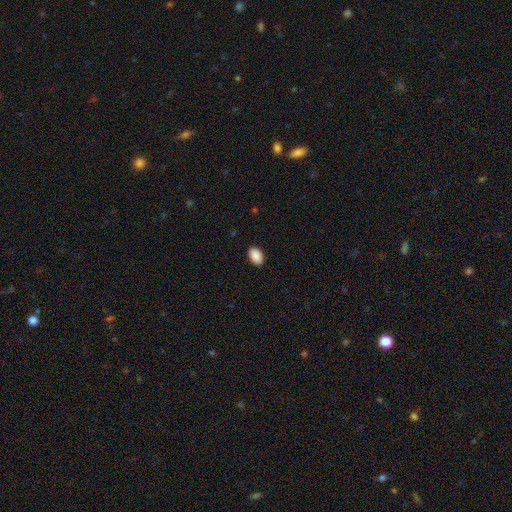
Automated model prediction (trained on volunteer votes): A smooth galaxy with no disk features (90%) that is in between round and cigar-shaped (88%).

Vote fractions:
- Smooth or featured? smooth: 90% / star or artifact: 7% / featured or disk: 3%
- How rounded? in between: 88% / round: 10% / cigar-shaped: 1%
- Merging? none: 89% / minor disturbance: 8% / major disturbance: 2% / merger: 1%